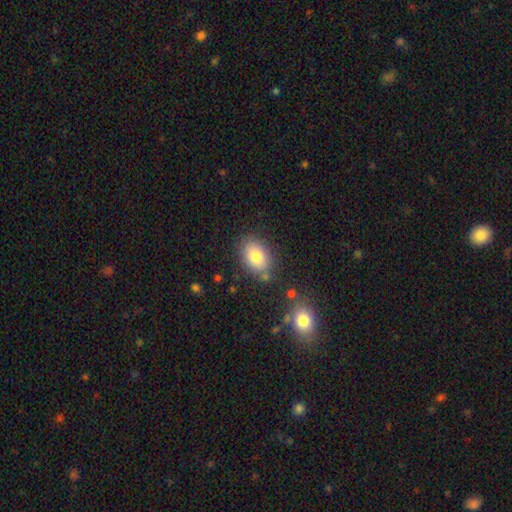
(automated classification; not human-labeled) smooth 81%, featured or disk 11%, star or artifact 8%. Down the decision tree: how rounded — in between (80%); merging — none (79%).